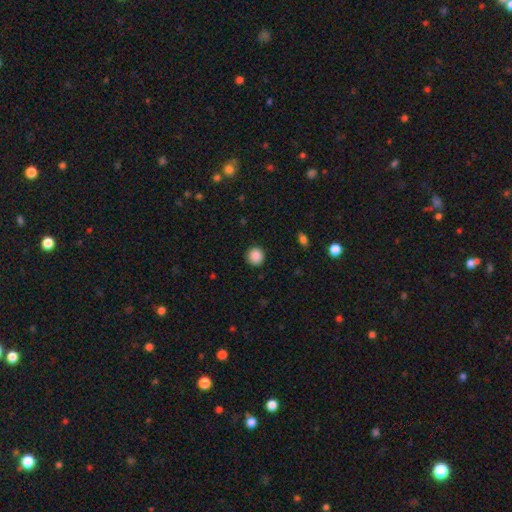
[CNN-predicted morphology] smooth-or-featured: smooth: 88% | star or artifact: 9% | featured or disk: 3%
  how-rounded: round: 93% | in between: 6% | cigar-shaped: 1%
  merging: none: 90% | minor disturbance: 7% | major disturbance: 2% | merger: 1%